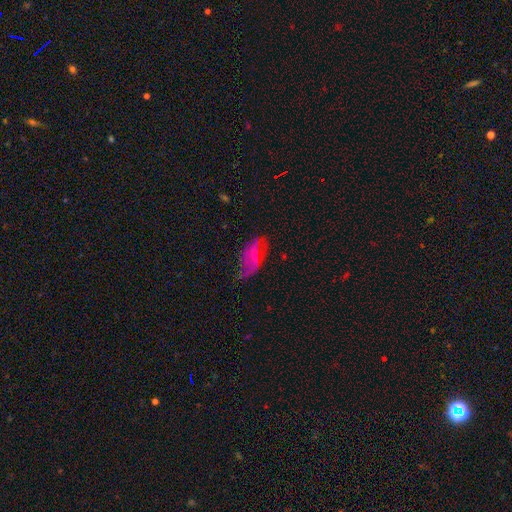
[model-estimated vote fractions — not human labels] Overall: featured or disk (65%). Edge-on disk: no (93%). Bar: weak (46%; no 31%). Spiral arms: yes (80%). Bulge size: small (63%). Merging: none (54%; minor disturbance 28%).